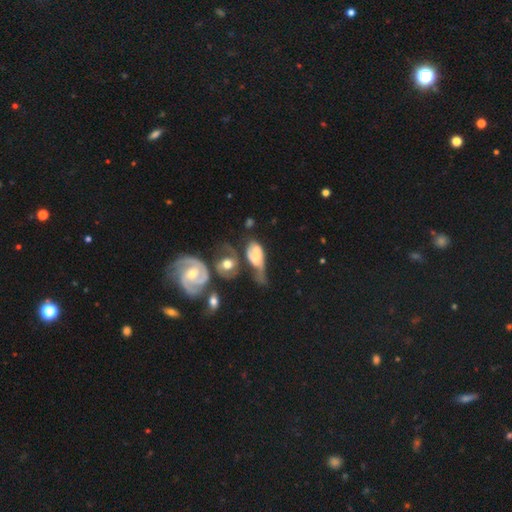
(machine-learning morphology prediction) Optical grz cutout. It shows a featured or disk galaxy (64%) with no bar (41%), spiral arms (78%) and a moderate central bulge (38%). Merging: major disturbance (34%).